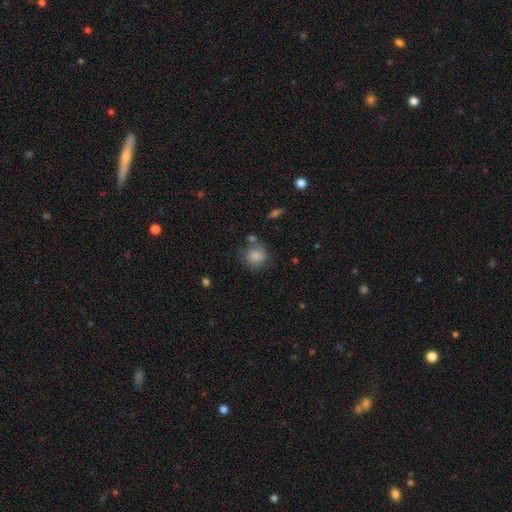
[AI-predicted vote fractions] Morphology: type=smooth (81%); roundness=round (84%); merging=none (65%).